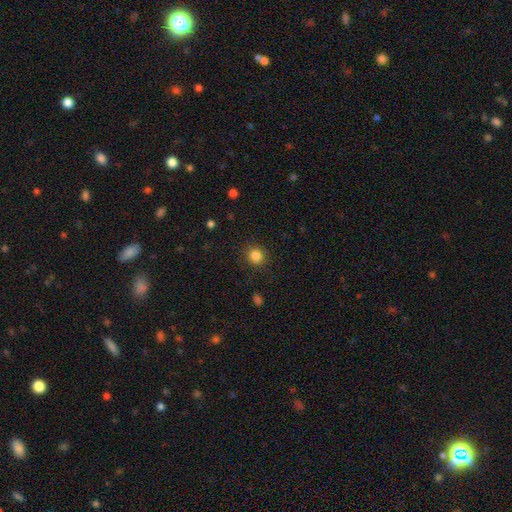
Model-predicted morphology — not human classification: smooth 84%, star or artifact 12%, featured or disk 5%. Down the decision tree: how rounded — round (88%); merging — none (89%).